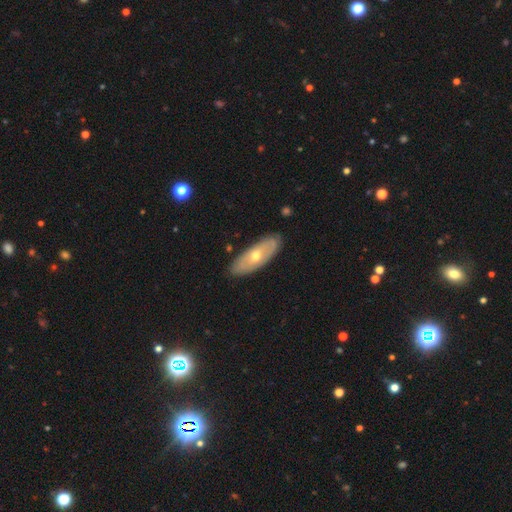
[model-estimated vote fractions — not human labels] A featured or disk galaxy (50%).

Vote fractions:
- Smooth or featured? featured or disk: 50% / smooth: 44% / star or artifact: 6%
- Merging? none: 85% / minor disturbance: 11% / major disturbance: 2% / merger: 1%